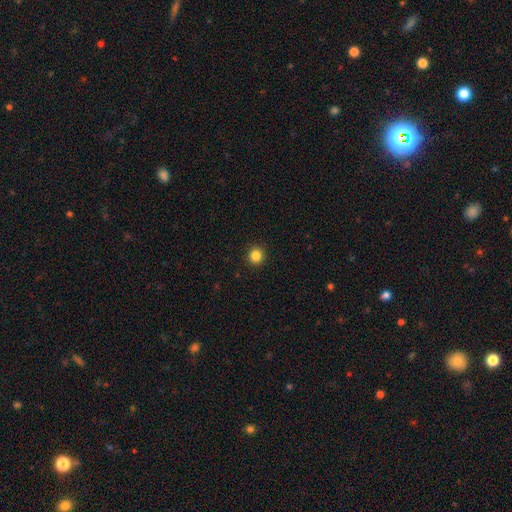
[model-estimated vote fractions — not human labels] smooth_or_featured: smooth (p=0.84) [alt: star or artifact p=0.12]
how_rounded: round (p=0.92) [alt: in between p=0.07]
merging: none (p=0.93) [alt: minor disturbance p=0.05]